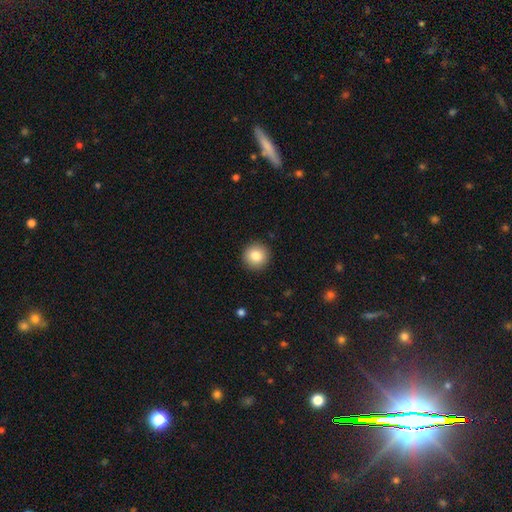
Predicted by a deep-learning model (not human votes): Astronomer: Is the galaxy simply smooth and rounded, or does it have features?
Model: smooth — 84%.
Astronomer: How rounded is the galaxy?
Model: round — 95%.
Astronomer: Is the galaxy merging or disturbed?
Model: none — 92%.